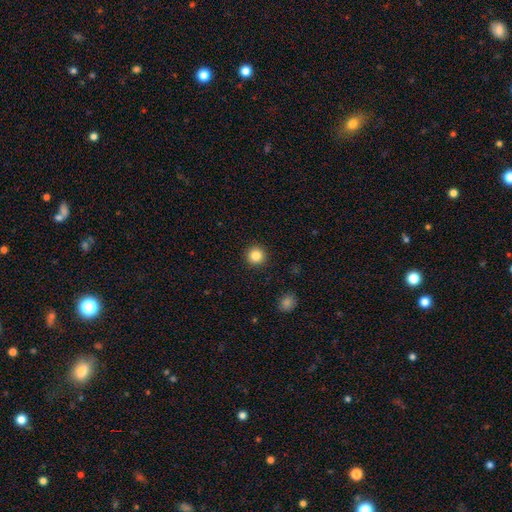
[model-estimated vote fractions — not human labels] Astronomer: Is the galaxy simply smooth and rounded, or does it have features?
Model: smooth — 84%.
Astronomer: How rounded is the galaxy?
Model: round — 95%.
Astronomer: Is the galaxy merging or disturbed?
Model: none — 93%.